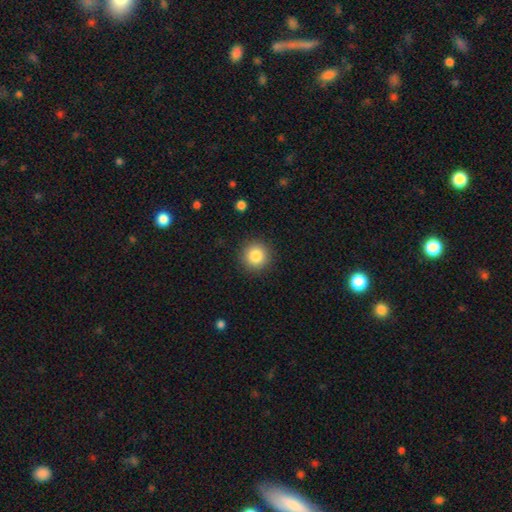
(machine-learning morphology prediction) Smooth or featured? Predicted: smooth (p=0.84). How rounded? Predicted: round (p=0.95). Merging? Predicted: none (p=0.91).